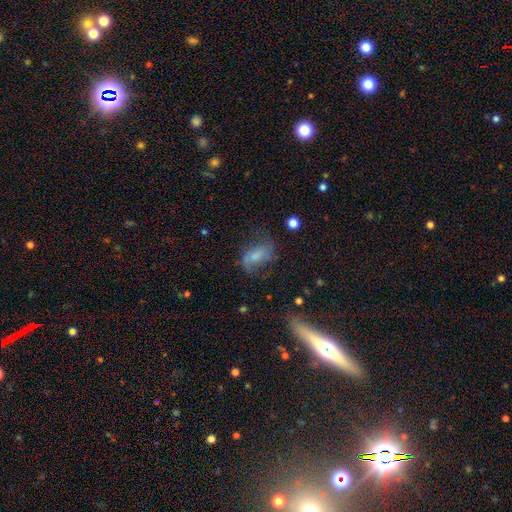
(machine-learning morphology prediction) Smooth or featured?
  - smooth: 47% *
  - featured or disk: 41%
  - star or artifact: 11%
Merging?
  - none: 43% *
  - major disturbance: 29%
  - minor disturbance: 26%
  - merger: 3%